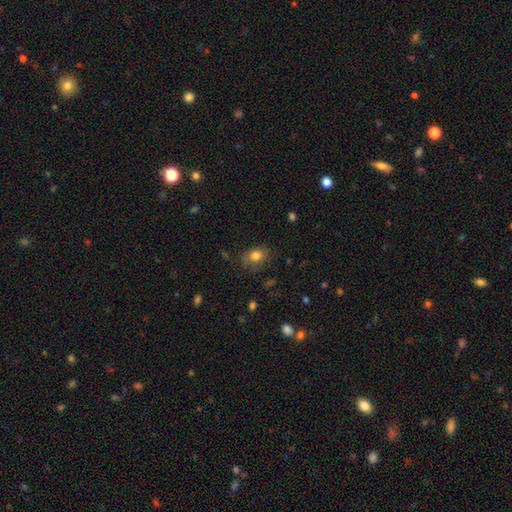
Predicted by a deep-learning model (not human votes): A smooth galaxy with no disk features (79%) that is in between round and cigar-shaped (66%). Merging: none (72%).